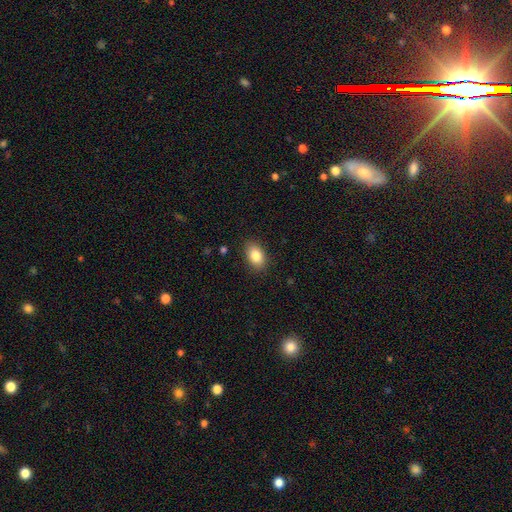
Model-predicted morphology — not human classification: The model was most divided on "how rounded": in between: 88%, round: 11%, cigar-shaped: 1%. More confident: merging — none (87%); smooth or featured — smooth (85%).